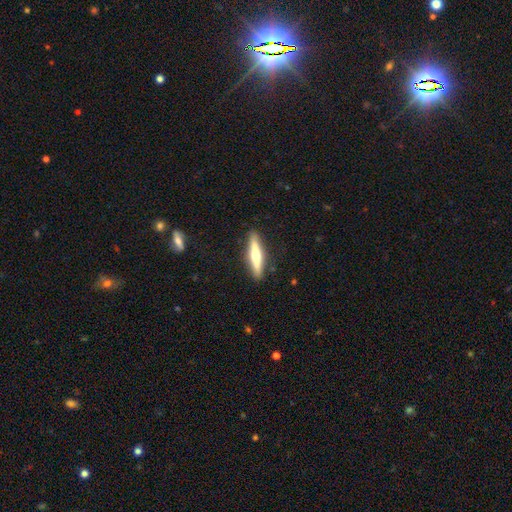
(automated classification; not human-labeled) Smooth or featured? featured or disk (47%, tied with smooth)
Merging? none (89%)